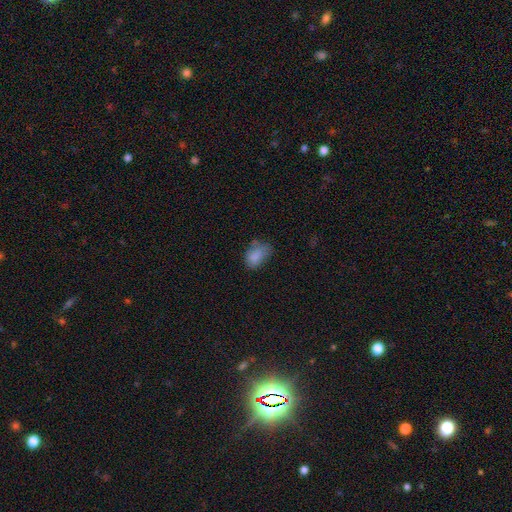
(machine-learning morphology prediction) smooth-or-featured: smooth: 79% | featured or disk: 11% | star or artifact: 10%
  how-rounded: in between: 85% | round: 14% | cigar-shaped: 1%
  merging: none: 45% | minor disturbance: 33% | major disturbance: 16% | merger: 6%